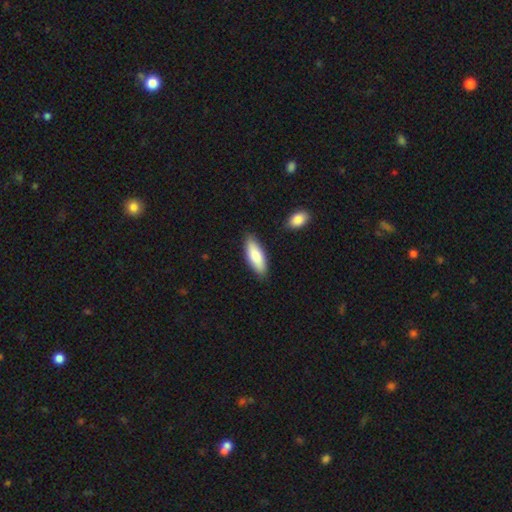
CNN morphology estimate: Q: Smooth or featured?
A: smooth (81%); runner-up: featured or disk (14%)
Q: How rounded?
A: in between (67%); runner-up: cigar-shaped (31%)
Q: Merging?
A: none (84%); runner-up: minor disturbance (11%)